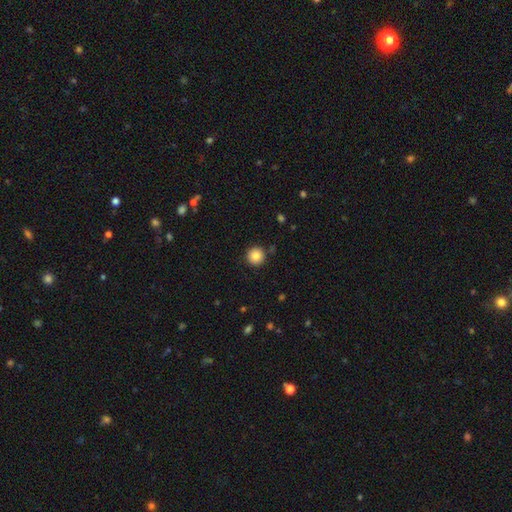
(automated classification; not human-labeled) Q: Smooth or featured?
A: smooth (85%); runner-up: star or artifact (10%)
Q: How rounded?
A: round (96%); runner-up: in between (3%)
Q: Merging?
A: none (90%); runner-up: minor disturbance (6%)